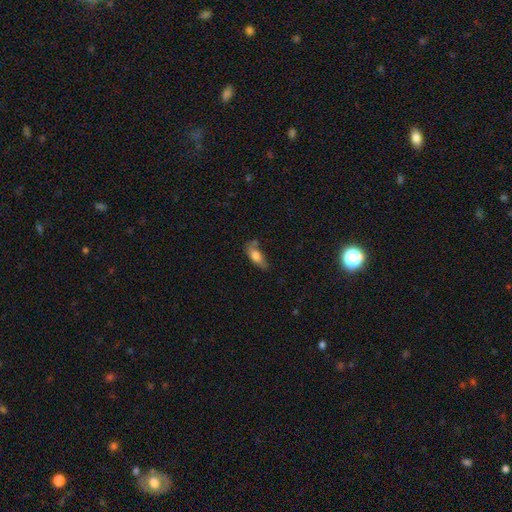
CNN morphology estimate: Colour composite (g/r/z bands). It shows a smooth galaxy with no disk features (72%) that is in between round and cigar-shaped (75%). Merging: none (50%).